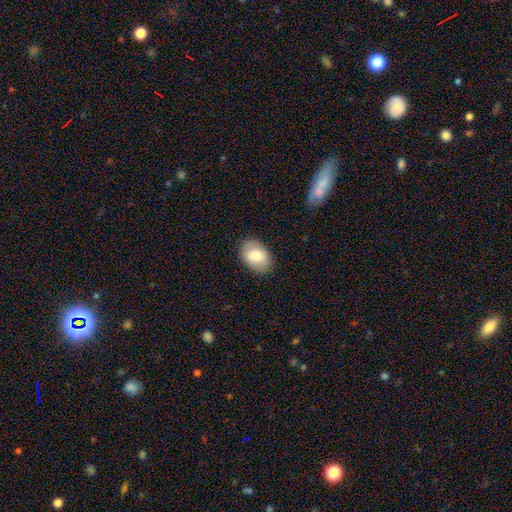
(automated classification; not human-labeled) Smooth or featured?
  - smooth: 80% *
  - featured or disk: 13%
  - star or artifact: 7%
How rounded?
  - in between: 82% *
  - round: 17%
  - cigar-shaped: 1%
Merging?
  - none: 85% *
  - minor disturbance: 12%
  - major disturbance: 3%
  - merger: 1%